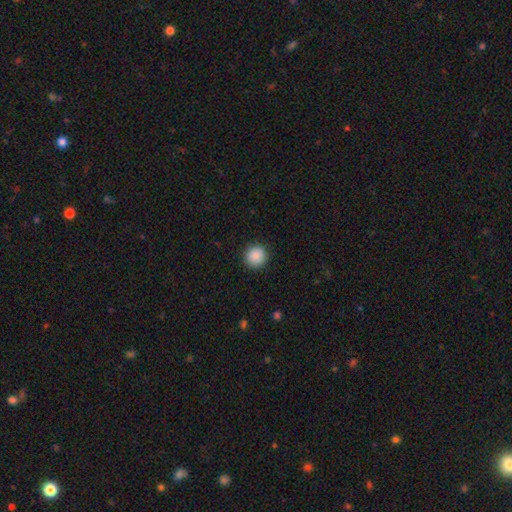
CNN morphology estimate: Smooth or featured?
  - smooth: 89% *
  - star or artifact: 8%
  - featured or disk: 3%
How rounded?
  - round: 95% *
  - in between: 4%
  - cigar-shaped: 1%
Merging?
  - none: 92% *
  - minor disturbance: 5%
  - major disturbance: 2%
  - merger: 1%